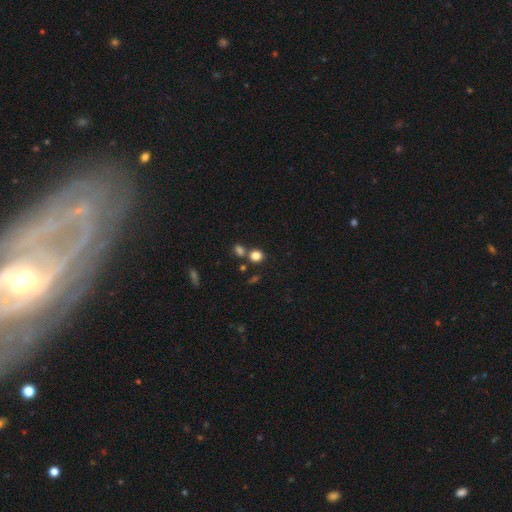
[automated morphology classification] Smooth or featured: smooth — 81% (star or artifact — 13%)
How rounded: round — 73% (in between — 26%)
Merging: none — 63% (merger — 24%)